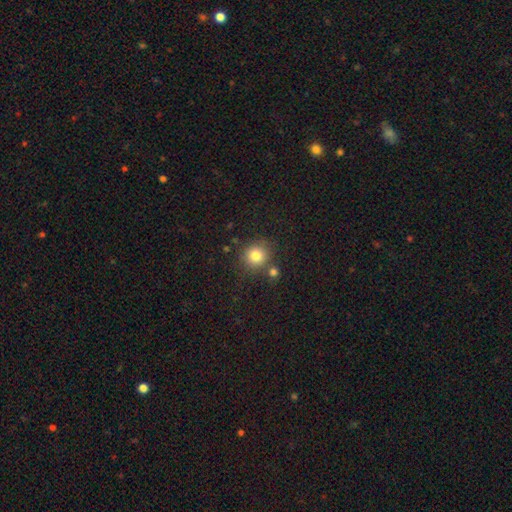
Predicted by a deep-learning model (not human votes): smooth 81%, star or artifact 12%, featured or disk 7%. Down the decision tree: how rounded — round (89%); merging — none (76%).